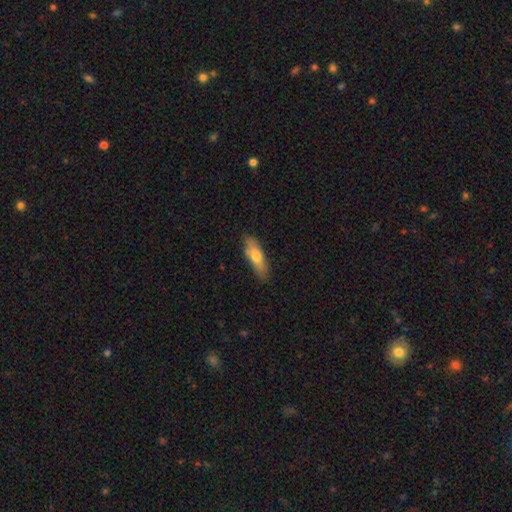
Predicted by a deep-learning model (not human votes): The model was most divided on "how rounded": cigar-shaped: 53%, in between: 44%, round: 2%. More confident: merging — none (79%); smooth or featured — smooth (64%).